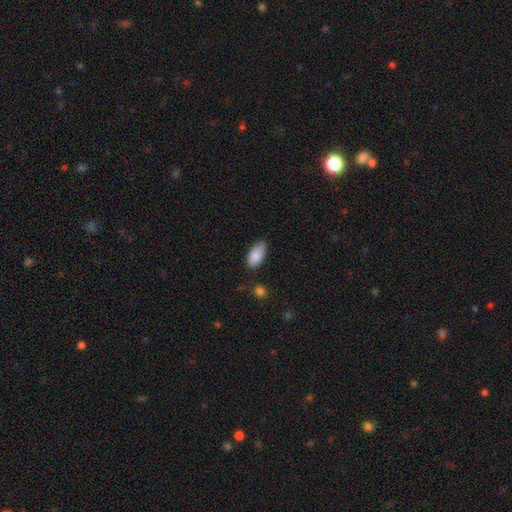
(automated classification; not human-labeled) Morphology: type=smooth (87%); roundness=in between (91%); merging=none (72%).